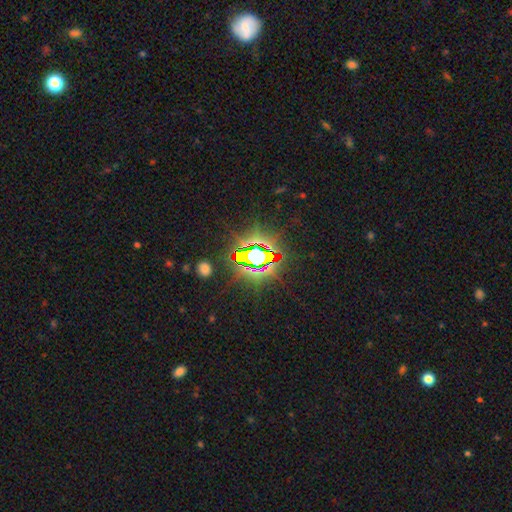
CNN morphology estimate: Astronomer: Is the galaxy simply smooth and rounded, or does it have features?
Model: star or artifact — 79%.